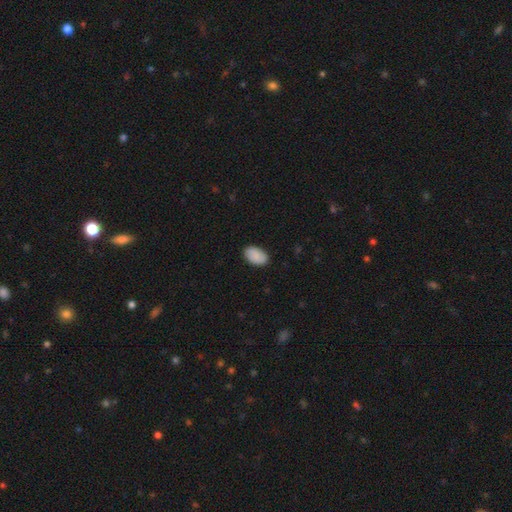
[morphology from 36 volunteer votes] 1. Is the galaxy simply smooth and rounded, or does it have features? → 92% smooth, 6% star or artifact, 3% featured or disk.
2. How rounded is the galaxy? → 88% in between, 12% round, 0% cigar-shaped.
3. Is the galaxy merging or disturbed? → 88% none, 12% minor disturbance, 0% major disturbance, 0% merger.